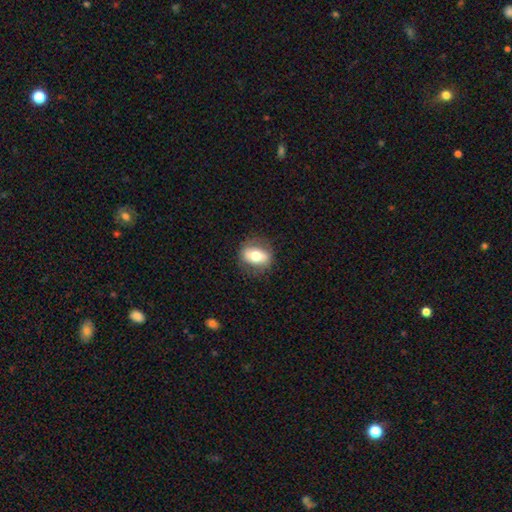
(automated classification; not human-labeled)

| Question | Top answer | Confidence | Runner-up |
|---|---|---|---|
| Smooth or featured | smooth | 62% | featured or disk (30%) |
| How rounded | in between | 62% | round (36%) |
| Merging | none | 80% | minor disturbance (14%) |